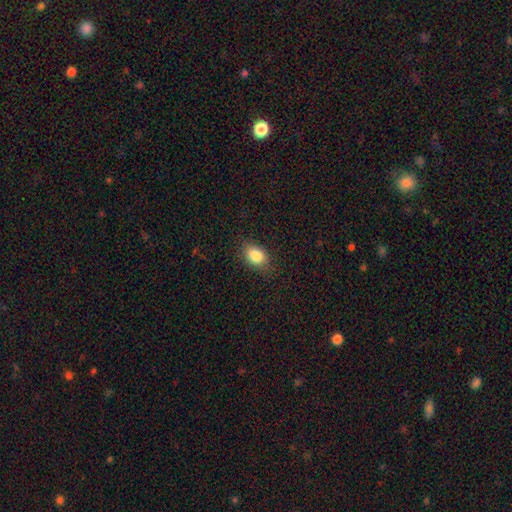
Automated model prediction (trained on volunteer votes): Smooth or featured?
  - smooth: 85% *
  - star or artifact: 9%
  - featured or disk: 6%
How rounded?
  - in between: 73% *
  - round: 26%
  - cigar-shaped: 1%
Merging?
  - none: 81% *
  - minor disturbance: 15%
  - major disturbance: 4%
  - merger: 1%